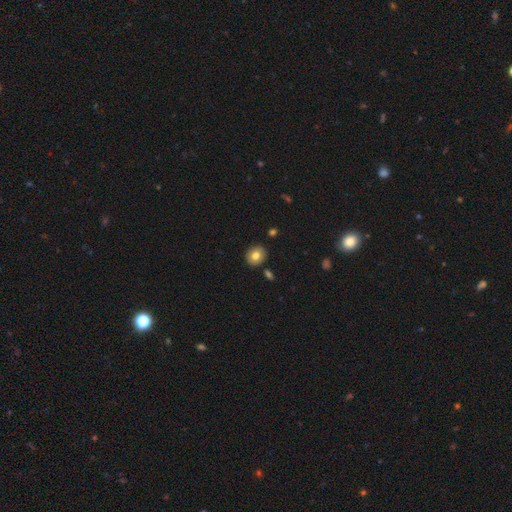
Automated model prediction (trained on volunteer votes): smooth-or-featured: smooth: 77% | featured or disk: 15% | star or artifact: 9%
  how-rounded: round: 72% | in between: 27% | cigar-shaped: 1%
  merging: none: 87% | minor disturbance: 8% | merger: 3% | major disturbance: 2%